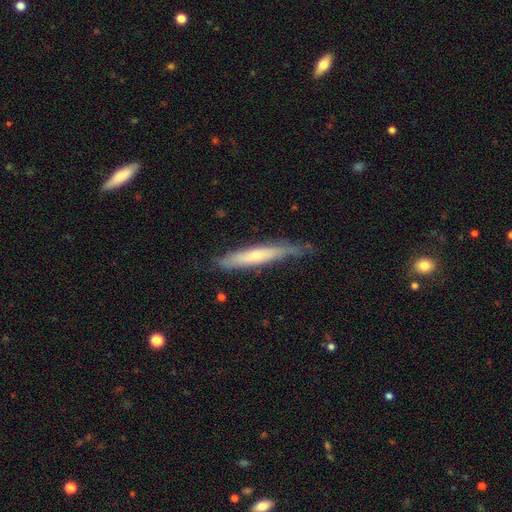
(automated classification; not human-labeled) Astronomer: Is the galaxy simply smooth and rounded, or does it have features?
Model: smooth — 51% (runner-up: featured or disk, 43%).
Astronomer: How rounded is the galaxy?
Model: cigar-shaped — 92%.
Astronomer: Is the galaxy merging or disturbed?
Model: none — 66%.